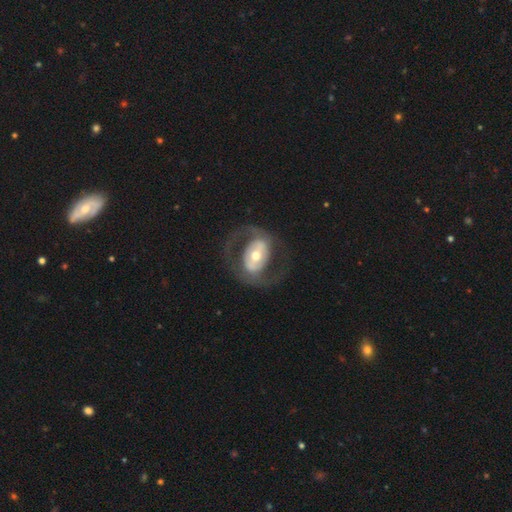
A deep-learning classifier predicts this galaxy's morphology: smooth_or_featured: featured or disk (p=0.75) [alt: smooth p=0.20]
disk_edge_on: no (p=0.95) [alt: yes p=0.05]
bar: no (p=0.37) [alt: strong p=0.34]
has_spiral_arms: yes (p=0.63) [alt: no p=0.37]
bulge_size: moderate (p=0.65) [alt: small p=0.22]
merging: none (p=0.68) [alt: major disturbance p=0.18]